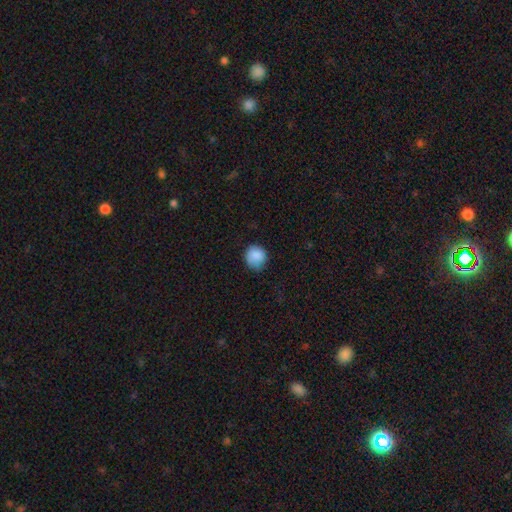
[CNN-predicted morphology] The model was most divided on "merging": none: 72%, minor disturbance: 22%, major disturbance: 5%, merger: 1%. More confident: smooth or featured — smooth (86%); how rounded — round (86%).